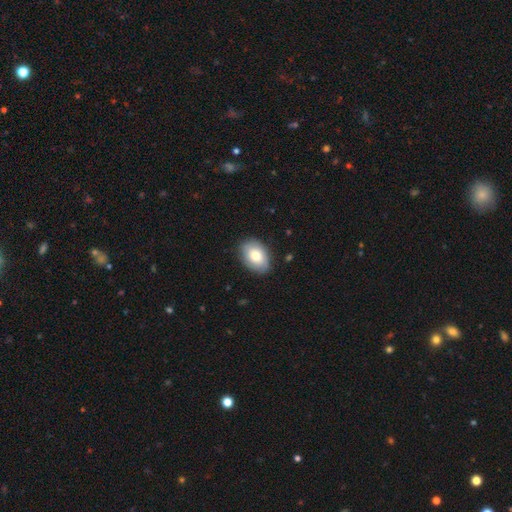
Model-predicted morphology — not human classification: smooth 71%, featured or disk 22%, star or artifact 7%. Down the decision tree: how rounded — in between (83%); merging — none (82%).